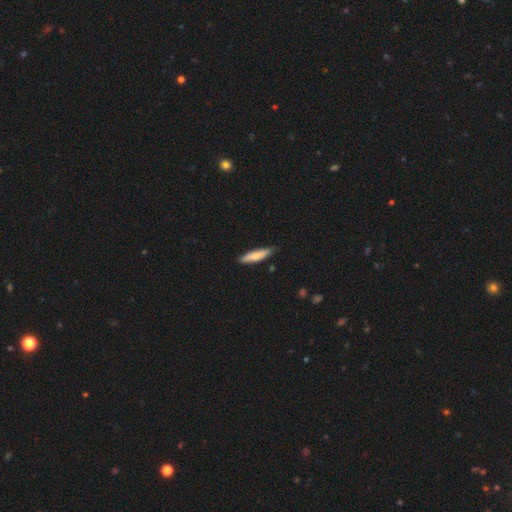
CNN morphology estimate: Smooth or featured: smooth — 77% (featured or disk — 18%)
How rounded: cigar-shaped — 82% (in between — 17%)
Merging: none — 84% (minor disturbance — 12%)